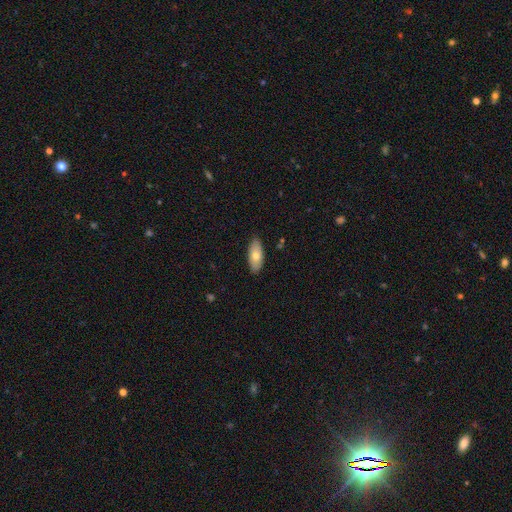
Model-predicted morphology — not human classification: Smooth or featured? Predicted: smooth (p=0.69). How rounded? Predicted: in between (p=0.87). Merging? Predicted: none (p=0.87).